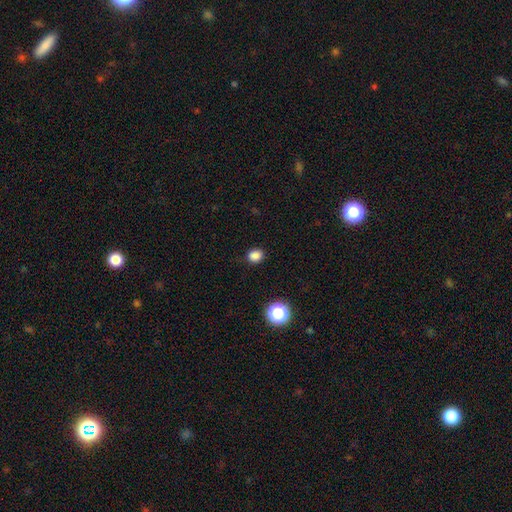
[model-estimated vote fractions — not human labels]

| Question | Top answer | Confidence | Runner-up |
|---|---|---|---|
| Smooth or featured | smooth | 84% | star or artifact (13%) |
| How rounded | round | 60% | in between (39%) |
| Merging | none | 86% | minor disturbance (10%) |